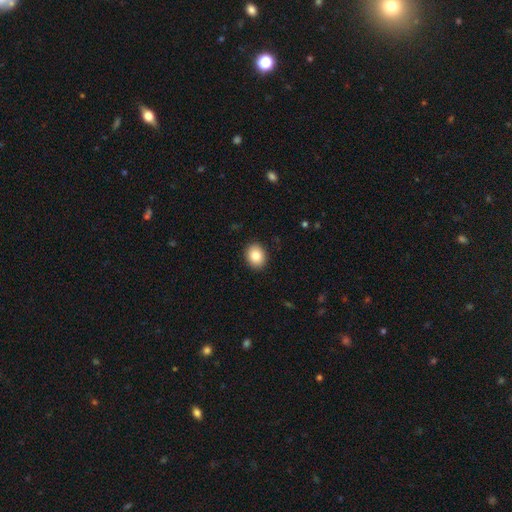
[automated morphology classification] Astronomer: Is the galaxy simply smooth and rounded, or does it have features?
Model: smooth — 84%.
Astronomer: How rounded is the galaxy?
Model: round — 52% (runner-up: in between, 47%).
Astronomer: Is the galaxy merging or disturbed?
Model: none — 91%.